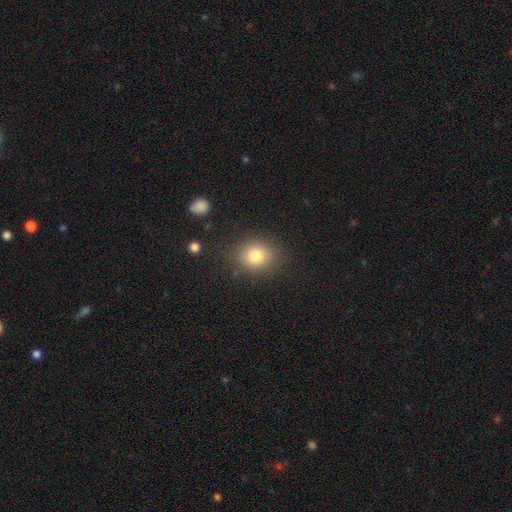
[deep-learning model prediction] Q: Smooth or featured?
A: smooth (81%); runner-up: star or artifact (11%)
Q: How rounded?
A: round (59%); runner-up: in between (40%)
Q: Merging?
A: none (84%); runner-up: minor disturbance (10%)